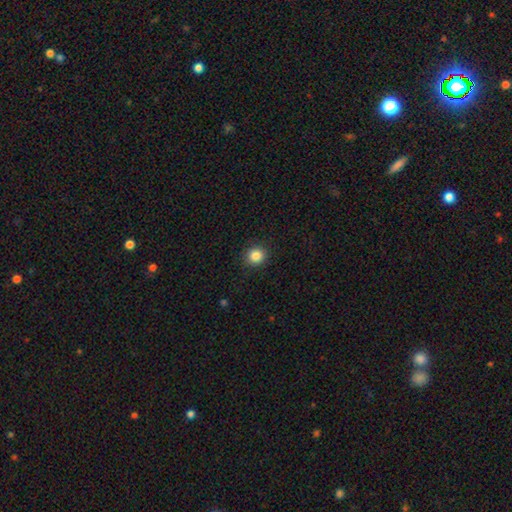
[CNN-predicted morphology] This is clearly a smooth galaxy (85%). How rounded: clearly round (88%). Merging: clearly none (91%).